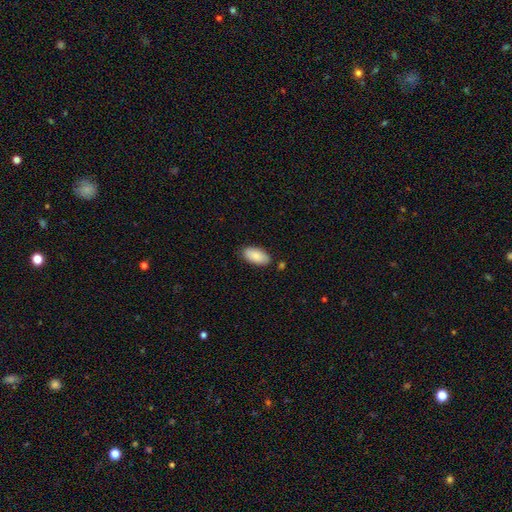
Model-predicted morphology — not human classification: Smooth or featured? Predicted: smooth (p=0.86). How rounded? Predicted: in between (p=0.94). Merging? Predicted: none (p=0.83).